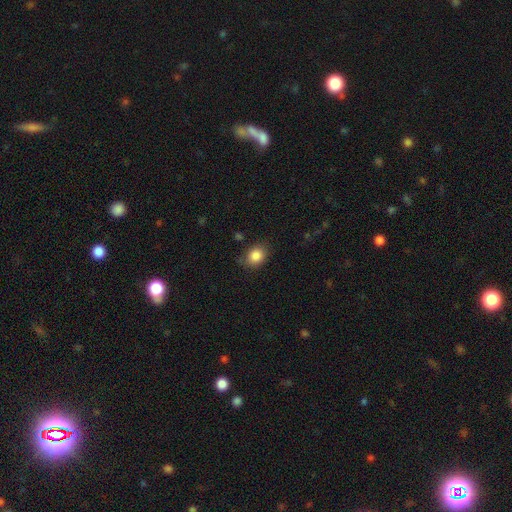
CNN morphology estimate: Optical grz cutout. It shows a smooth galaxy with no disk features (86%) that is in between round and cigar-shaped (51%). Merging: none (74%).